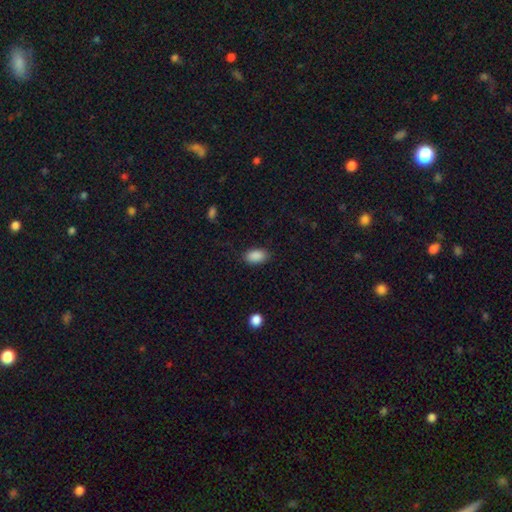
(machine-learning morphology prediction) Smooth or featured: smooth — 89% (star or artifact — 8%)
How rounded: in between — 91% (round — 7%)
Merging: none — 87% (minor disturbance — 9%)